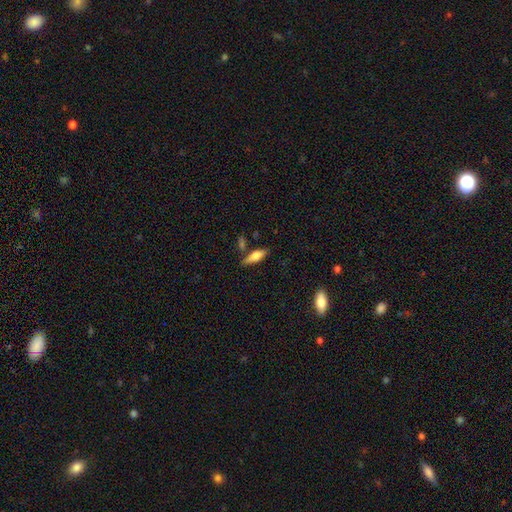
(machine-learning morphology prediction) This is likely a smooth galaxy (64%). How rounded: possibly in between (56%). Merging: likely none (67%).